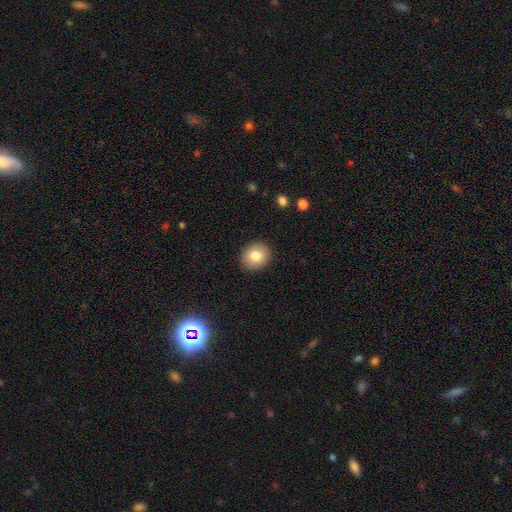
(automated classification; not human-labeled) This appears to be a smooth galaxy with no disk features (80%) that is round (73%). Merging: none (90%).